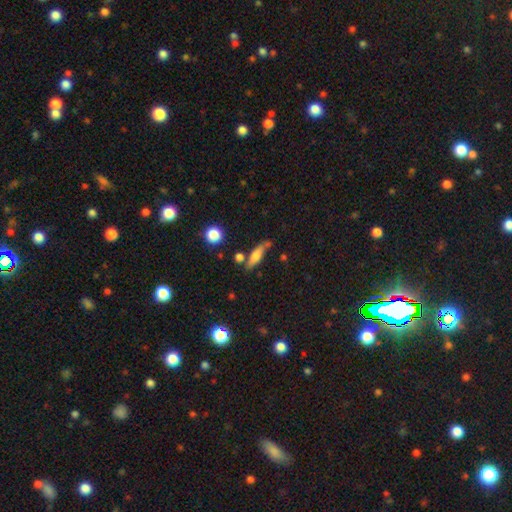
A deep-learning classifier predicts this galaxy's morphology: smooth 58%, featured or disk 32%, star or artifact 9%. Down the decision tree: how rounded — cigar-shaped (59%); merging — none (67%).